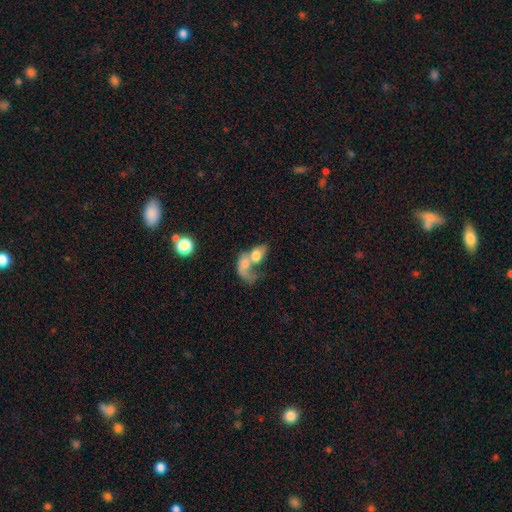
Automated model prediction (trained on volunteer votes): smooth-or-featured: smooth: 55% | featured or disk: 37% | star or artifact: 9%
  how-rounded: in between: 72% | round: 25% | cigar-shaped: 3%
  merging: merger: 75% | major disturbance: 13% | none: 8% | minor disturbance: 4%